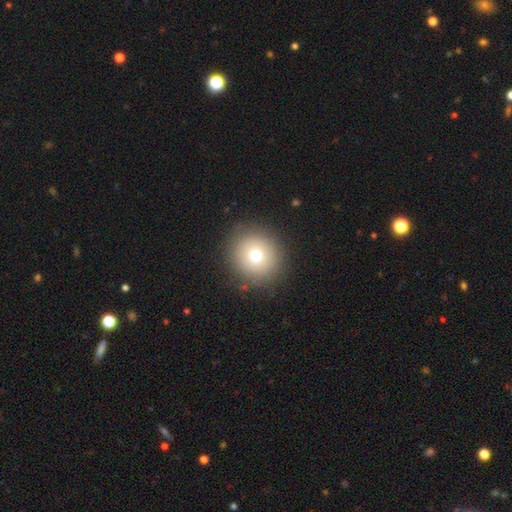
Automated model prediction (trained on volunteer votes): Smooth or featured? Predicted: smooth (p=0.71). How rounded? Predicted: round (p=0.92). Merging? Predicted: none (p=0.88).